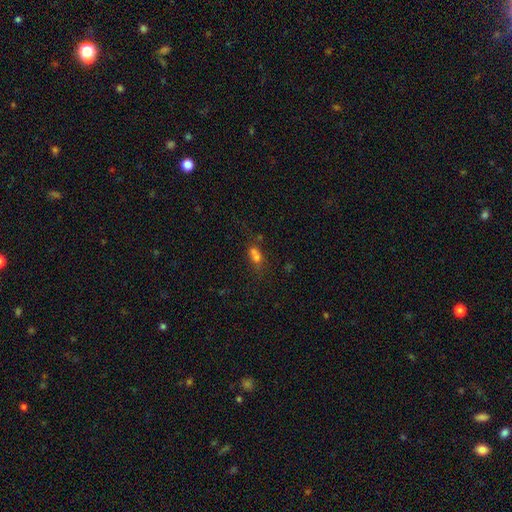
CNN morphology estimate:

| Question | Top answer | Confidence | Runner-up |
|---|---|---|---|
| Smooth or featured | smooth | 64% | featured or disk (18%) |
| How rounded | in between | 56% | round (35%) |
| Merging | merger | 51% | none (30%) |